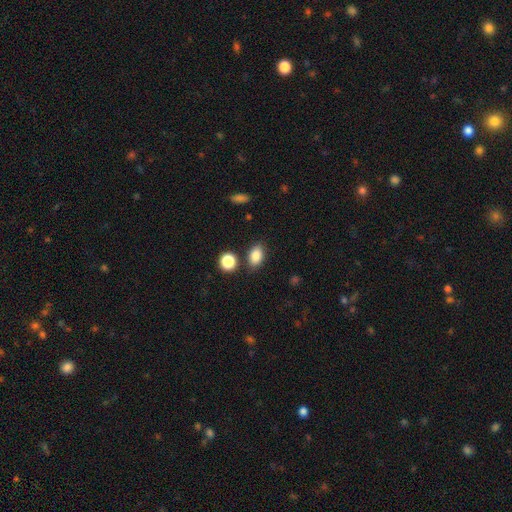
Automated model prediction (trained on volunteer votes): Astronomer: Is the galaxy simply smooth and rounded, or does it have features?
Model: smooth — 85%.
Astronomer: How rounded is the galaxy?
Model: in between — 84%.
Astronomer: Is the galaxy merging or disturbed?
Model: none — 80%.